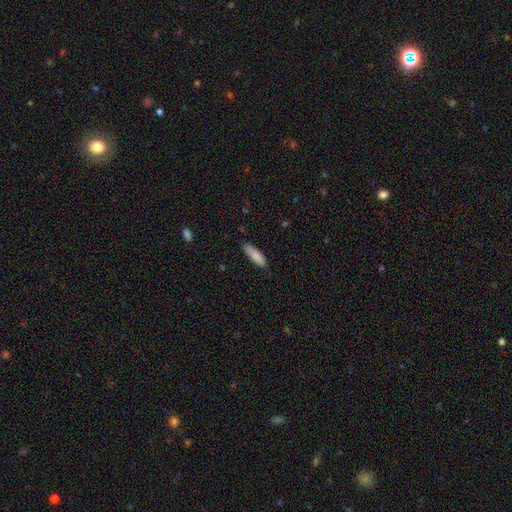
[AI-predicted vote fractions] A smooth galaxy with no disk features (86%) that is cigar-shaped (60%). Merging: none (79%).